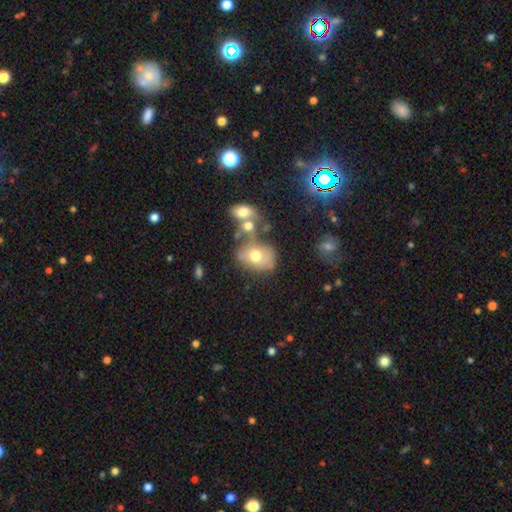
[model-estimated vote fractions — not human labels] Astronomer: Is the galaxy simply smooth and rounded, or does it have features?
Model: smooth — 57%.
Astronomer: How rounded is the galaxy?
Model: in between — 63%.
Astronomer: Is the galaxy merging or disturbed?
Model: merger — 41% (runner-up: none, 32%).